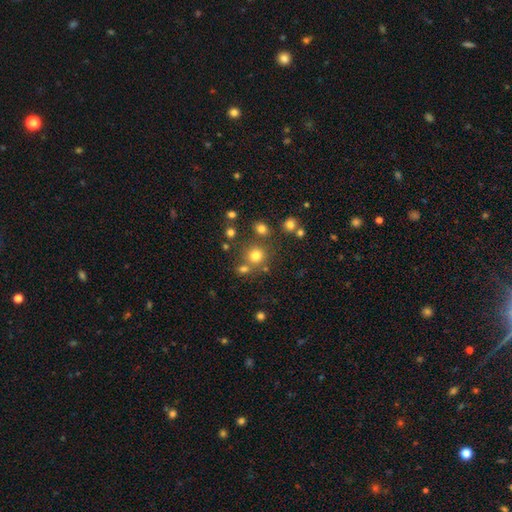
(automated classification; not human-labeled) Morphology: type=smooth (74%); roundness=round (90%); merging=none (71%).